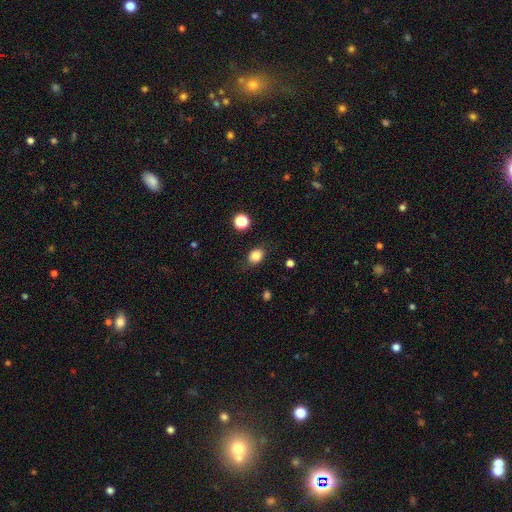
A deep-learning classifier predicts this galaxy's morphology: Smooth or featured? Predicted: smooth (p=0.84). How rounded? Predicted: in between (p=0.55). Merging? Predicted: none (p=0.82).